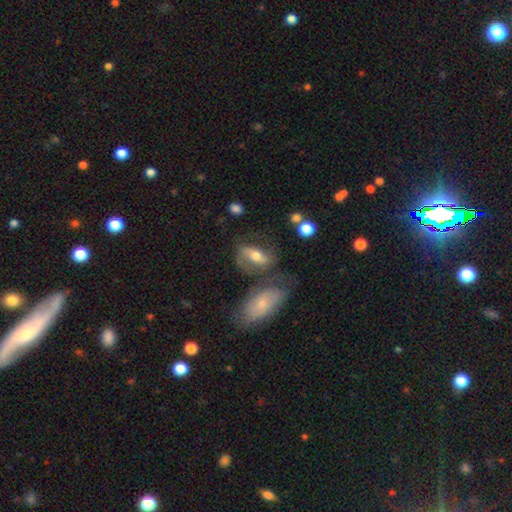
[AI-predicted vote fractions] A featured or disk galaxy (54%).

Vote fractions:
- Smooth or featured? featured or disk: 54% / smooth: 36% / star or artifact: 10%
- Edge-on disk? no: 86% / yes: 14%
- Merging? none: 50% / merger: 20% / minor disturbance: 18% / major disturbance: 12%